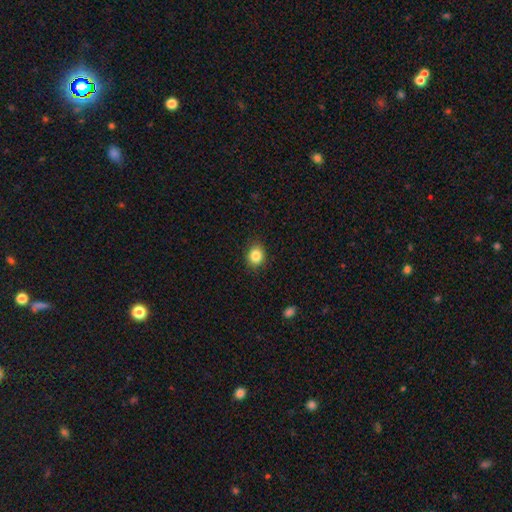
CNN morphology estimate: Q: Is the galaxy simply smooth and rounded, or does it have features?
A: smooth — 85%.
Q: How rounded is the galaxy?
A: round — 63%.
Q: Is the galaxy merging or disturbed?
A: none — 88%.